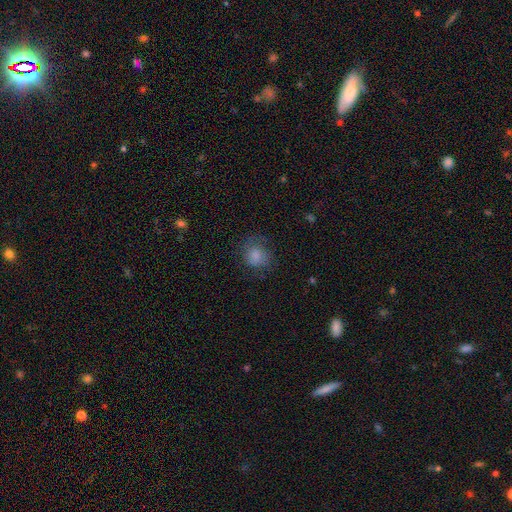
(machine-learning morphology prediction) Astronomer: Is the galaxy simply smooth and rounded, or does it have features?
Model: smooth — 81%.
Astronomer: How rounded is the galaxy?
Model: round — 76%.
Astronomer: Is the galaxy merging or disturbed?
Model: none — 65%.